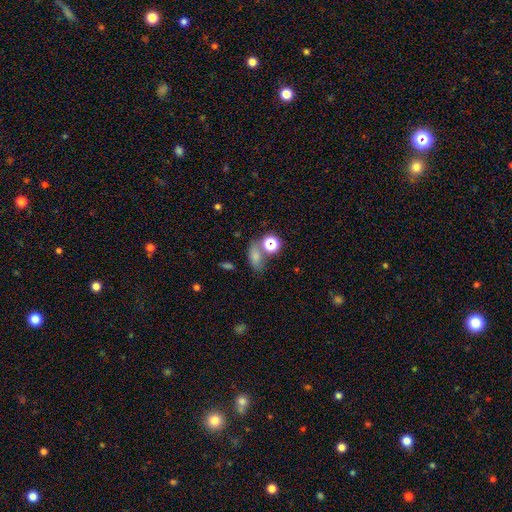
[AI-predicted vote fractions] Smooth or featured?
  - smooth: 70% *
  - star or artifact: 19%
  - featured or disk: 11%
How rounded?
  - in between: 72% *
  - round: 24%
  - cigar-shaped: 4%
Merging?
  - none: 51% *
  - merger: 25%
  - minor disturbance: 16%
  - major disturbance: 8%